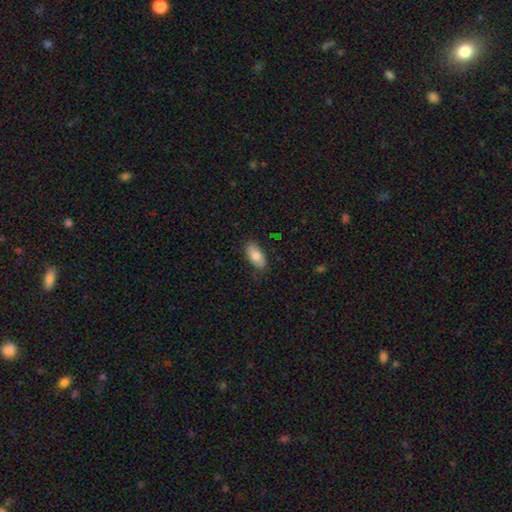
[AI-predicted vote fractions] Q: Smooth or featured?
A: smooth (82%); runner-up: featured or disk (12%)
Q: How rounded?
A: in between (90%); runner-up: cigar-shaped (7%)
Q: Merging?
A: none (83%); runner-up: minor disturbance (13%)